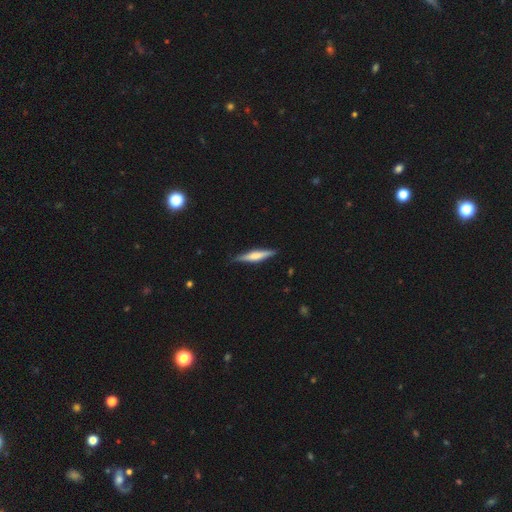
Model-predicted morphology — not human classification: The model was most divided on "smooth or featured": featured or disk: 52%, smooth: 43%, star or artifact: 6%. More confident: edge-on disk — yes (97%); merging — none (88%); edge-on bulge — rounded (60%).